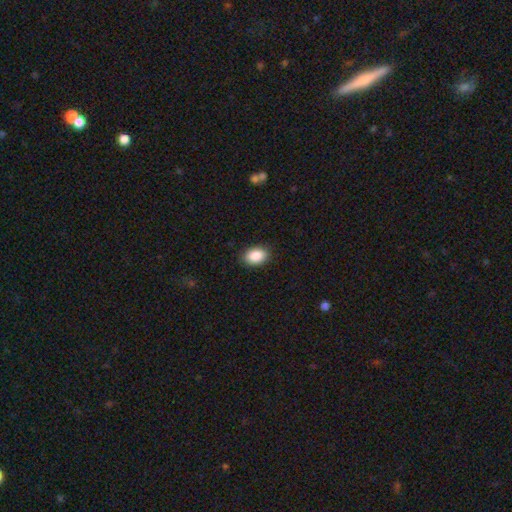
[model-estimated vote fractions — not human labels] A smooth galaxy with no disk features (89%) that is in between round and cigar-shaped (85%).

Vote fractions:
- Smooth or featured? smooth: 89% / star or artifact: 7% / featured or disk: 4%
- How rounded? in between: 85% / round: 14% / cigar-shaped: 1%
- Merging? none: 88% / minor disturbance: 9% / major disturbance: 2% / merger: 1%